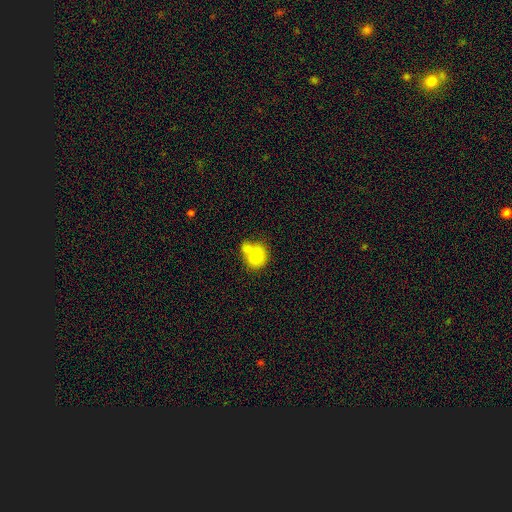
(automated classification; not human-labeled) This is likely a smooth galaxy (77%). How rounded: possibly round (52%). Merging: possibly merger (53%).